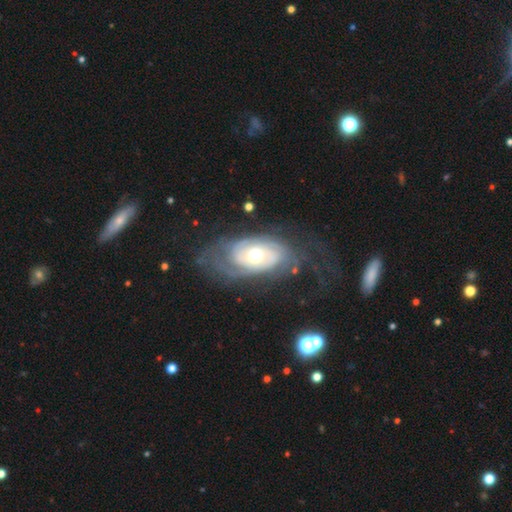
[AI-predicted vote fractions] Morphology: type=featured or disk (83%); edge-on=no (94%); bar=no (77%); spiral arms=yes (88%); winding=tight (66%); arm count=can't tell (40%); bulge=moderate (73%); merging=none (60%).